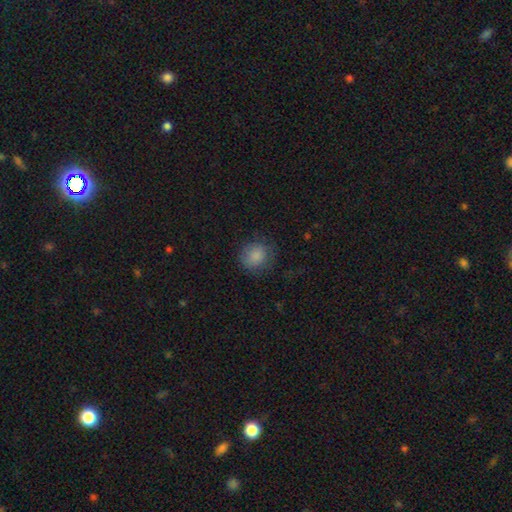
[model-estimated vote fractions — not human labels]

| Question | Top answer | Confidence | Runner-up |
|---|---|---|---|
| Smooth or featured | smooth | 84% | star or artifact (9%) |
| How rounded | round | 86% | in between (13%) |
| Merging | none | 73% | minor disturbance (18%) |